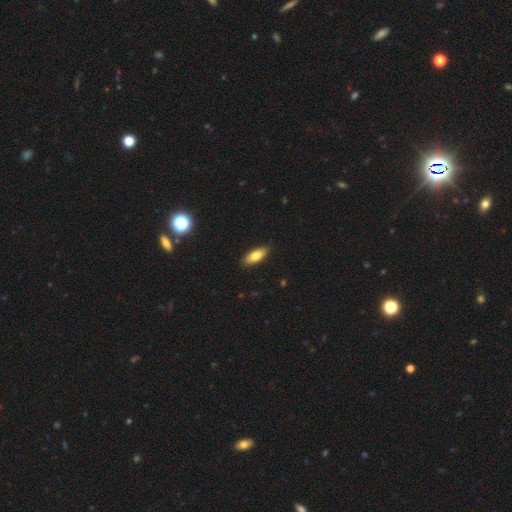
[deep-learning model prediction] Smooth or featured? smooth (75%)
How rounded? in between (72%)
Merging? none (88%)